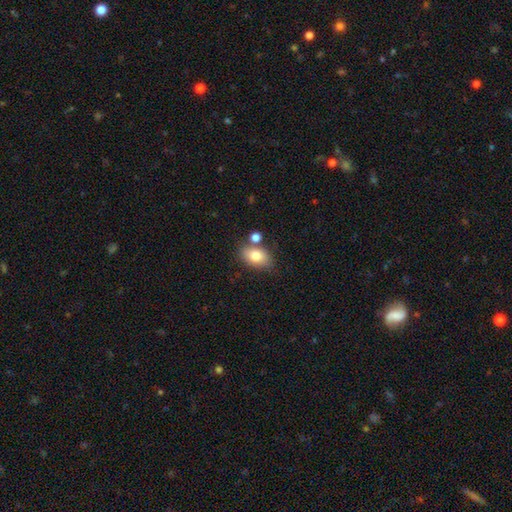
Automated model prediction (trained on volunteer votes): This is likely a smooth galaxy (79%). How rounded: clearly in between (86%). Merging: likely none (67%).